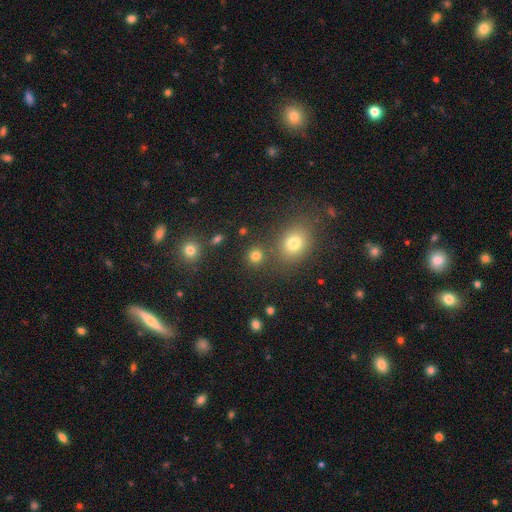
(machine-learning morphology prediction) A smooth galaxy with no disk features (78%) that is round (86%).

Vote fractions:
- Smooth or featured? smooth: 78% / star or artifact: 16% / featured or disk: 6%
- How rounded? round: 86% / in between: 13% / cigar-shaped: 1%
- Merging? none: 80% / merger: 10% / minor disturbance: 7% / major disturbance: 3%